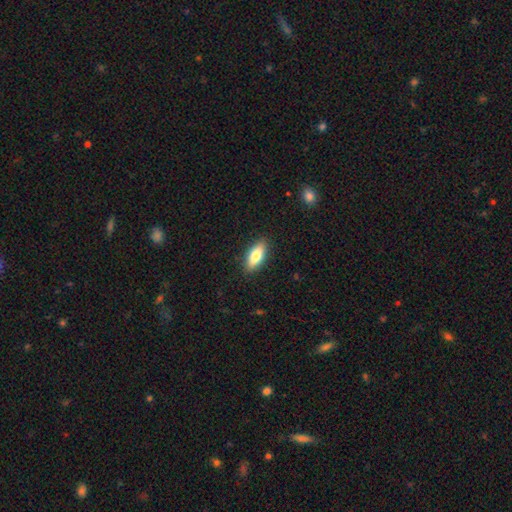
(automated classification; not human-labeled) Smooth or featured?
  - smooth: 75% *
  - featured or disk: 19%
  - star or artifact: 7%
How rounded?
  - in between: 73% *
  - cigar-shaped: 24%
  - round: 3%
Merging?
  - none: 88% *
  - minor disturbance: 9%
  - major disturbance: 2%
  - merger: 1%